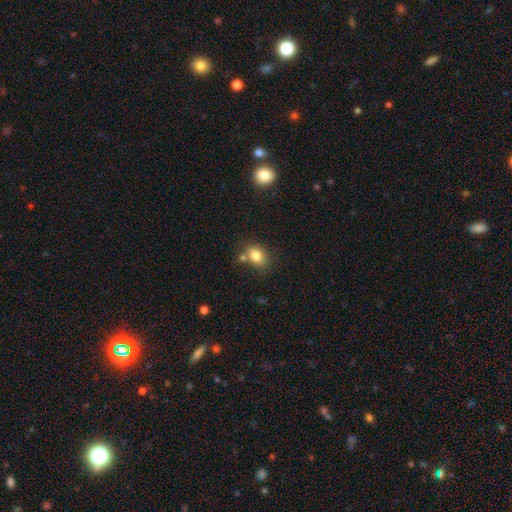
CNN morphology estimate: A smooth galaxy with no disk features (81%) that is in between round and cigar-shaped (64%). Merging: none (63%).